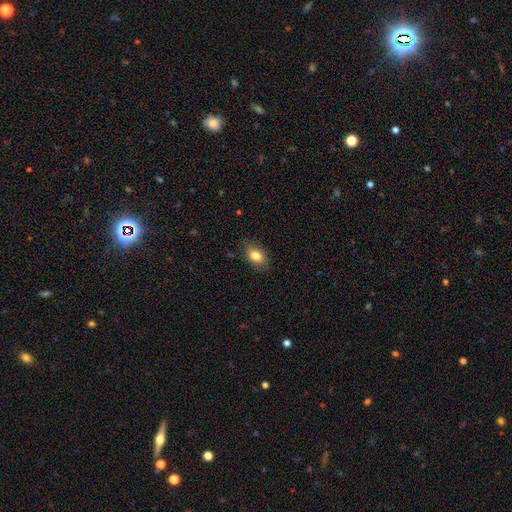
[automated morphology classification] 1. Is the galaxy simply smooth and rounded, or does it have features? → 83% smooth, 9% featured or disk, 8% star or artifact.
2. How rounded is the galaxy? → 84% in between, 14% round, 2% cigar-shaped.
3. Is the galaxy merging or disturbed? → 83% none, 13% minor disturbance, 3% major disturbance, 1% merger.